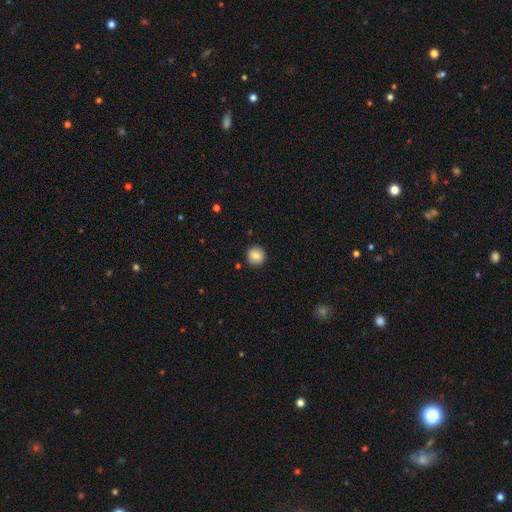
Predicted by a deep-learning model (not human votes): Smooth or featured?
  - smooth: 85% *
  - star or artifact: 9%
  - featured or disk: 6%
How rounded?
  - round: 94% *
  - in between: 5%
  - cigar-shaped: 1%
Merging?
  - none: 91% *
  - minor disturbance: 6%
  - major disturbance: 2%
  - merger: 2%